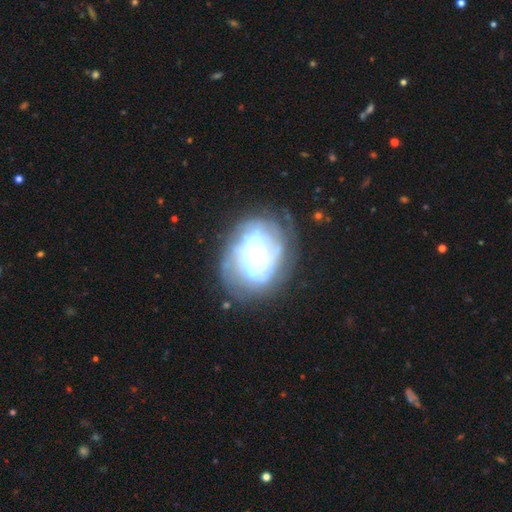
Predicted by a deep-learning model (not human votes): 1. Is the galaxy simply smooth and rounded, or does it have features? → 69% featured or disk, 20% smooth, 10% star or artifact.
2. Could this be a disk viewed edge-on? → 97% no, 3% yes.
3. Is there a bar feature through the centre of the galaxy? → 75% no, 16% weak, 8% strong.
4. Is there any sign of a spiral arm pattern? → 61% yes, 39% no.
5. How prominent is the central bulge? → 45% large, 26% moderate, 14% dominant, 10% small, 5% none.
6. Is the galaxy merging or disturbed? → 54% none, 23% minor disturbance, 19% major disturbance, 4% merger.